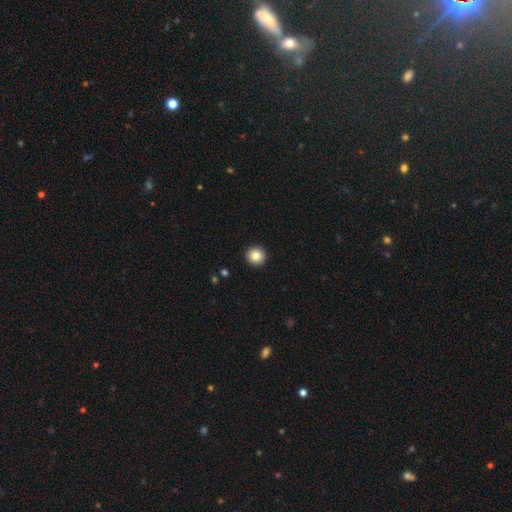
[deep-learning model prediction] The model was most divided on "smooth or featured": smooth: 83%, star or artifact: 9%, featured or disk: 7%. More confident: merging — none (93%); how rounded — round (91%).